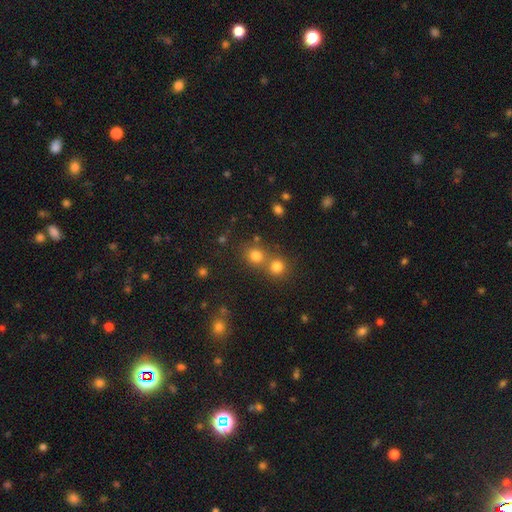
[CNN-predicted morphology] A smooth galaxy with no disk features (77%) that is round (81%). Merging: none (52%).